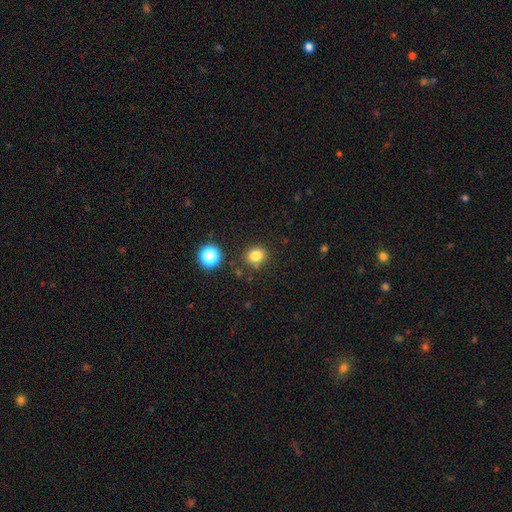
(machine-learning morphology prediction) Smooth or featured? Predicted: smooth (p=0.81). How rounded? Predicted: round (p=0.72). Merging? Predicted: none (p=0.82).